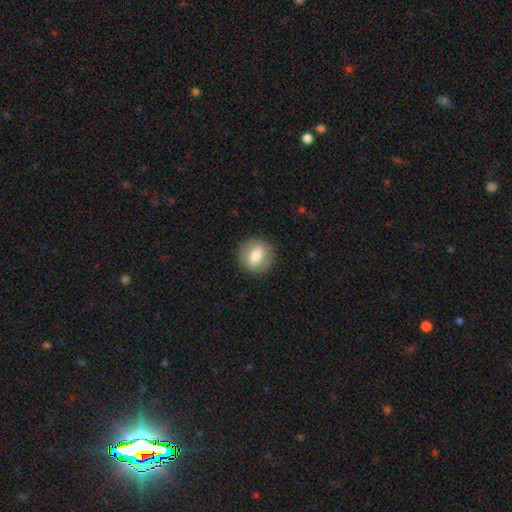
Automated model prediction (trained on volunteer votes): Morphology: type=smooth (69%); roundness=round (81%); merging=none (88%).